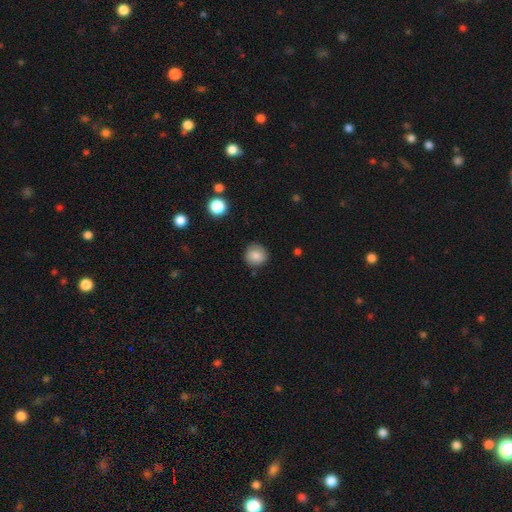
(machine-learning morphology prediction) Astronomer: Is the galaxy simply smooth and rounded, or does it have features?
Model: smooth — 85%.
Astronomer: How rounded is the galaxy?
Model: round — 92%.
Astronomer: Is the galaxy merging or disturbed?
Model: none — 88%.